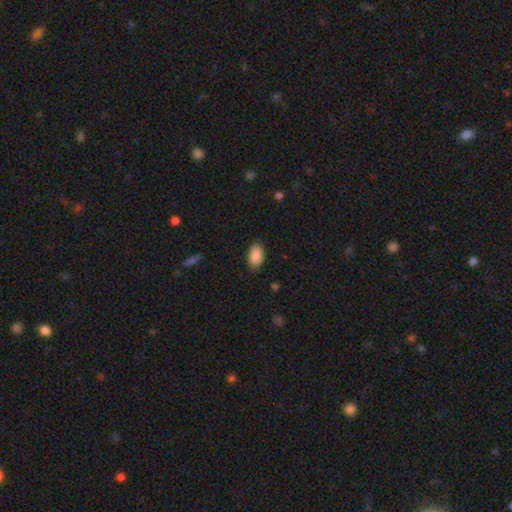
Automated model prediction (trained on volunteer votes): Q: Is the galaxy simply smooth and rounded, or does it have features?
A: smooth — 89%.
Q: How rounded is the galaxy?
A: in between — 93%.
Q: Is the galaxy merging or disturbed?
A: none — 85%.